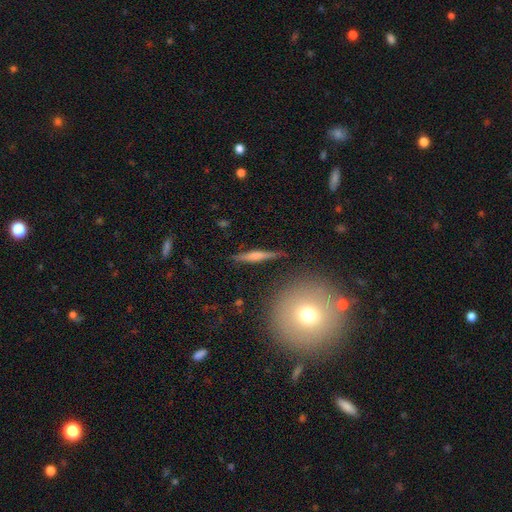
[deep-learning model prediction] Smooth or featured: featured or disk — 48% (smooth — 45%)
Merging: none — 85% (minor disturbance — 10%)